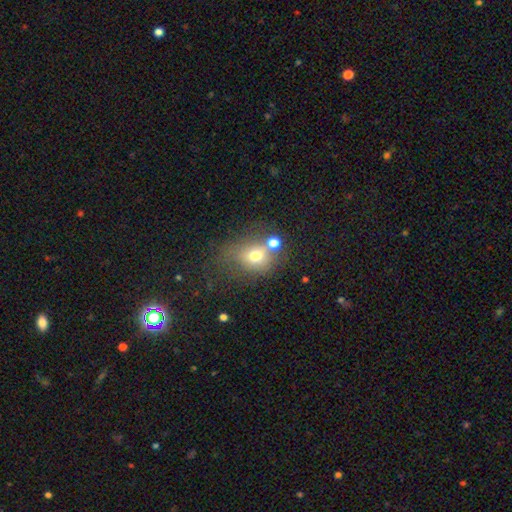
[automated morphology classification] smooth_or_featured: smooth (p=0.68) [alt: featured or disk p=0.18]
how_rounded: round (p=0.56) [alt: in between p=0.43]
merging: none (p=0.39) [alt: merger p=0.32]